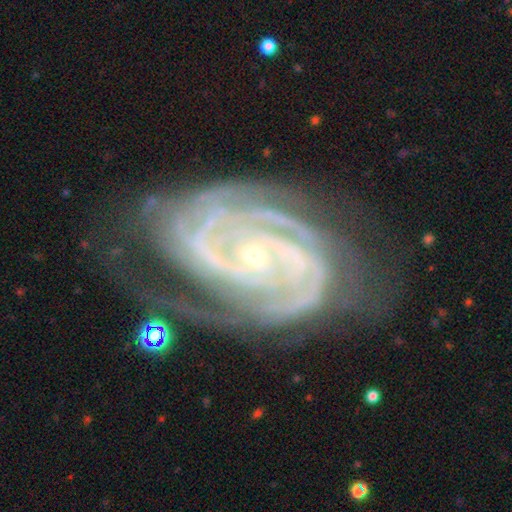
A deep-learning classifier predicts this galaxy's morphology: type=featured or disk (92%); edge-on=no (97%); bar=no (58%); spiral arms=yes (99%); winding=tight (74%); arm count=2 (36%); bulge=small (81%); merging=none (62%).